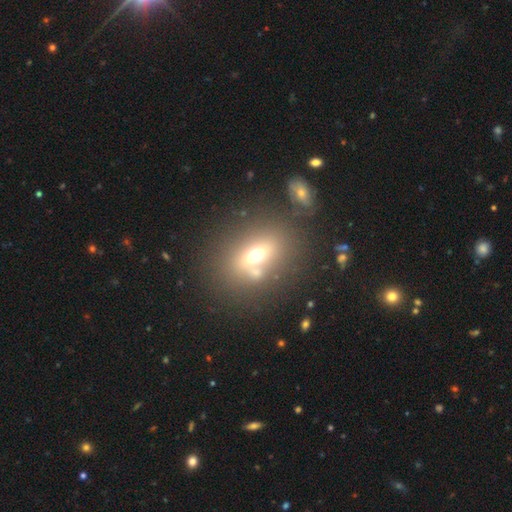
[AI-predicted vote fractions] smooth_or_featured: smooth (p=0.57) [alt: featured or disk p=0.27]
how_rounded: in between (p=0.62) [alt: round p=0.33]
merging: none (p=0.61) [alt: merger p=0.19]